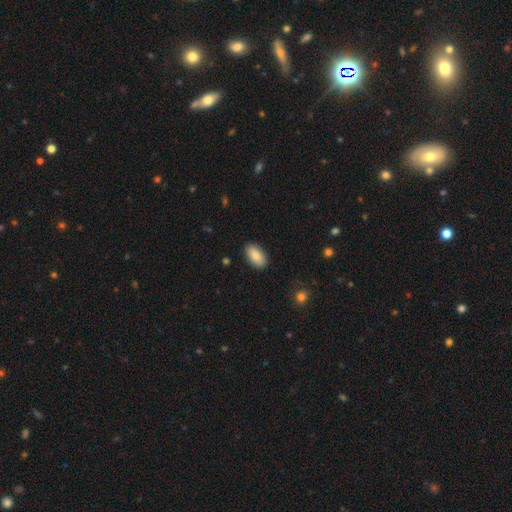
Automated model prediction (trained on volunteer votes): This appears to be a smooth galaxy with no disk features (86%) that is in between round and cigar-shaped (94%). Merging: none (88%).